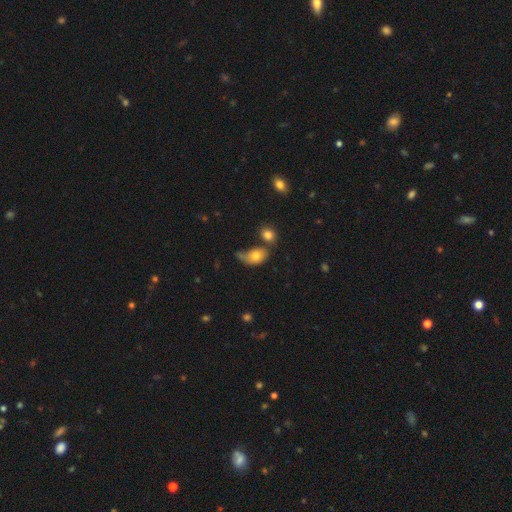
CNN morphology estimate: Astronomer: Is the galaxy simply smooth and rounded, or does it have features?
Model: smooth — 75%.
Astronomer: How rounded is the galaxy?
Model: in between — 80%.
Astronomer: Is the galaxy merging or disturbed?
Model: none — 32% (runner-up: merger, 26%).